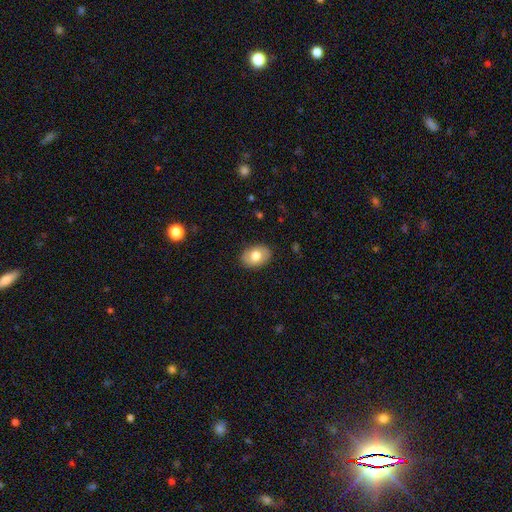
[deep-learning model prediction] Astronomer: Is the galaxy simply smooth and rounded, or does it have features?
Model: smooth — 75%.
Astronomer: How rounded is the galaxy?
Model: in between — 80%.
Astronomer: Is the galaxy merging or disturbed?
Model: none — 88%.